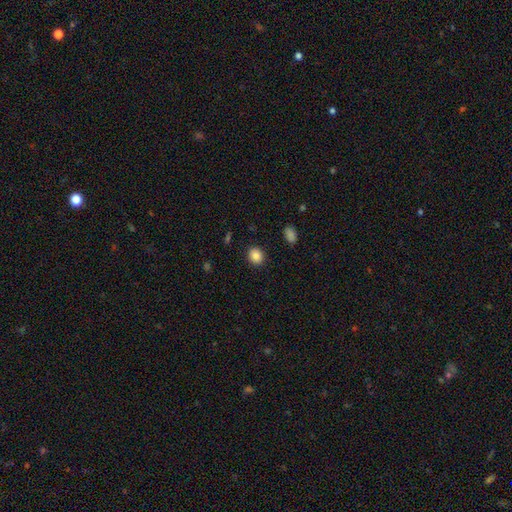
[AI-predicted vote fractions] Smooth or featured? smooth (86%)
How rounded? round (65%)
Merging? none (90%)